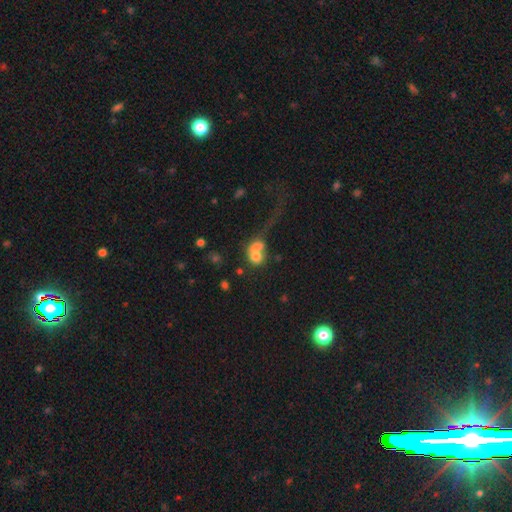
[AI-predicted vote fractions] Smooth or featured?
  - smooth: 69% *
  - featured or disk: 20%
  - star or artifact: 12%
How rounded?
  - round: 62% *
  - in between: 36%
  - cigar-shaped: 2%
Merging?
  - merger: 60% *
  - none: 19%
  - major disturbance: 13%
  - minor disturbance: 8%